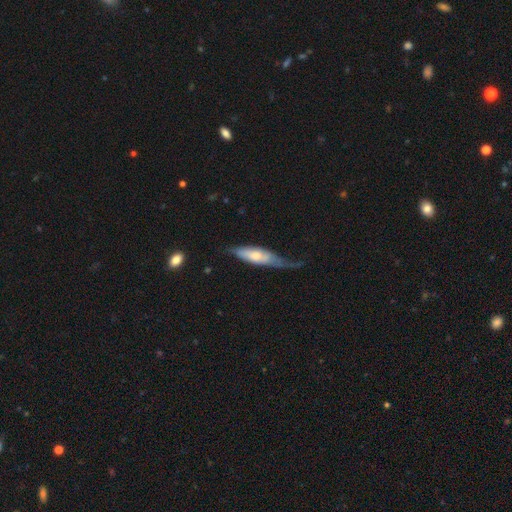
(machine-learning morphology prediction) type=smooth (56%); roundness=in between (50%); merging=minor disturbance (34%).